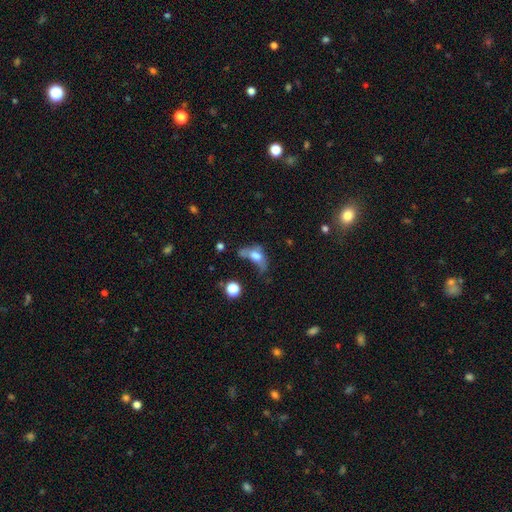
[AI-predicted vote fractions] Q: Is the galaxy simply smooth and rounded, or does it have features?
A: smooth — 56%.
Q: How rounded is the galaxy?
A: in between — 76%.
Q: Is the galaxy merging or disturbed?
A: major disturbance — 46%.